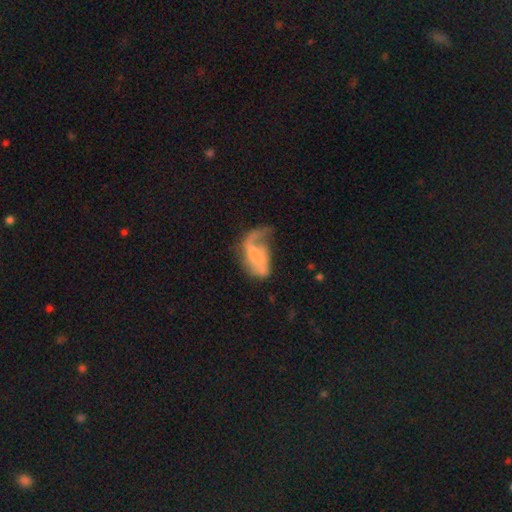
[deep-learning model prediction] A featured or disk galaxy (59%) with no bar (43%), spiral arms (69%) and no central bulge (38%).

Vote fractions:
- Smooth or featured? featured or disk: 59% / smooth: 33% / star or artifact: 8%
- Edge-on disk? no: 95% / yes: 5%
- Bar? no: 43% / weak: 40% / strong: 17%
- Spiral arms? yes: 69% / no: 31%
- Bulge size? none: 38% / moderate: 25% / small: 25% / large: 10% / dominant: 2%
- Merging? major disturbance: 51% / none: 22% / minor disturbance: 21% / merger: 6%